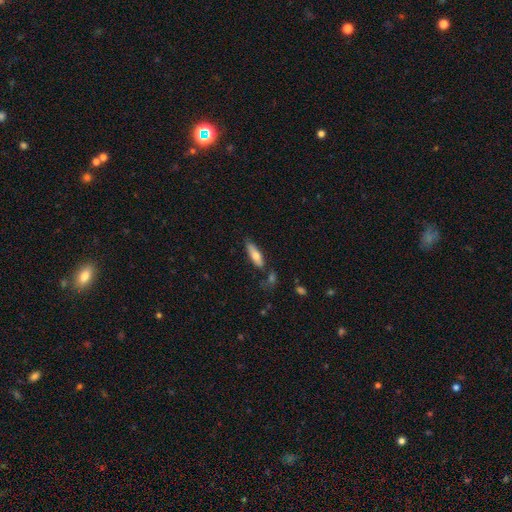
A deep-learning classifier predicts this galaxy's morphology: This is likely a smooth galaxy (68%). How rounded: possibly cigar-shaped (50%). Merging: likely none (69%).